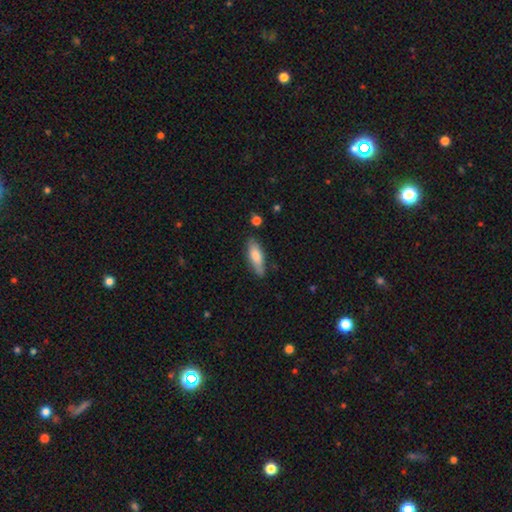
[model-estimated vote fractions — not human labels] Morphology: type=smooth (74%); roundness=in between (57%); merging=none (78%).